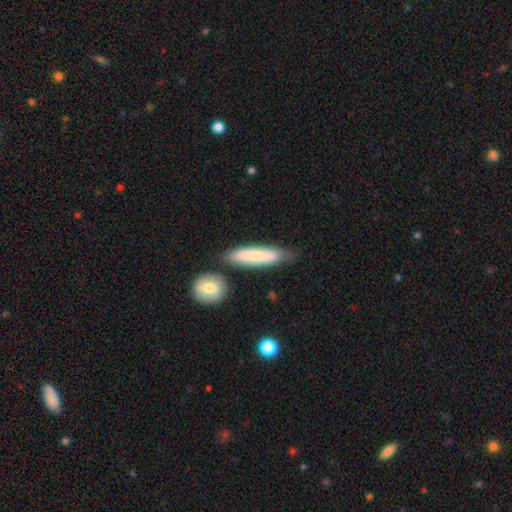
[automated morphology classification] Smooth or featured: smooth — 73% (featured or disk — 21%)
How rounded: cigar-shaped — 79% (in between — 20%)
Merging: none — 70% (minor disturbance — 16%)